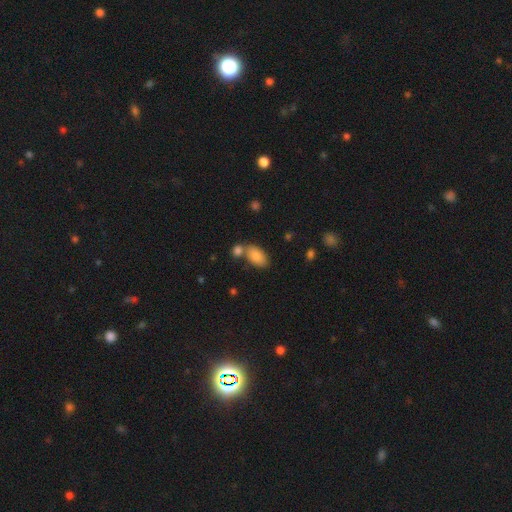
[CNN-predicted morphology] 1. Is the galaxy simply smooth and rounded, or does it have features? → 85% smooth, 7% featured or disk, 7% star or artifact.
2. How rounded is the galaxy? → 93% in between, 4% round, 2% cigar-shaped.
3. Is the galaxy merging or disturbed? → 56% none, 28% merger, 13% minor disturbance, 4% major disturbance.